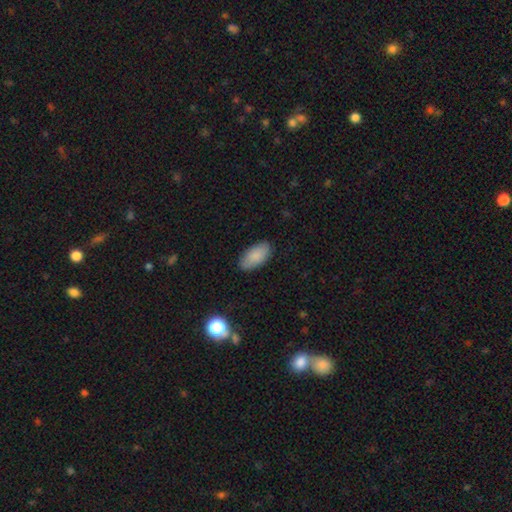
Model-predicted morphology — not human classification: Q: Smooth or featured?
A: smooth (86%); runner-up: featured or disk (7%)
Q: How rounded?
A: in between (94%); runner-up: cigar-shaped (4%)
Q: Merging?
A: none (86%); runner-up: minor disturbance (10%)